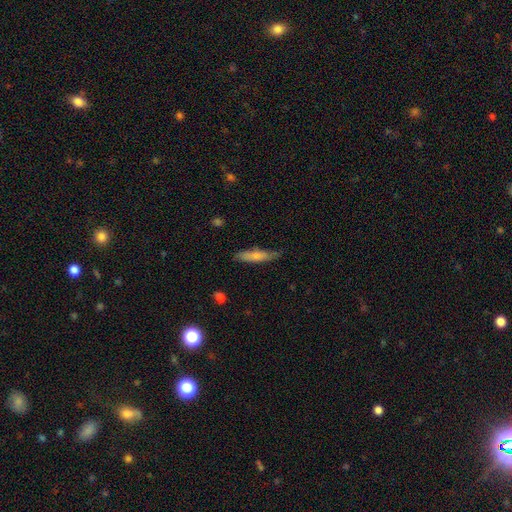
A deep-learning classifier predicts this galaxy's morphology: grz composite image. It shows a smooth galaxy with no disk features (72%) that is cigar-shaped (81%). Merging: none (73%).